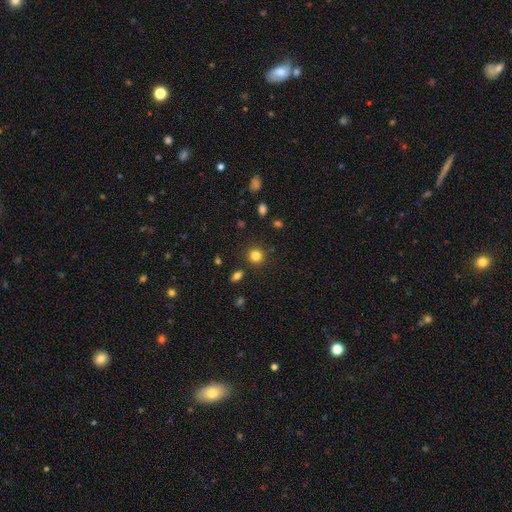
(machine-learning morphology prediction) This appears to be a smooth galaxy with no disk features (82%) that is round (90%). Merging: none (86%).